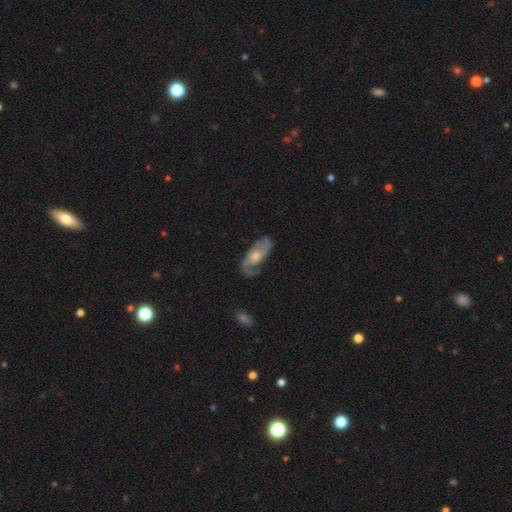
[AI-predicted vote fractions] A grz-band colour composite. It shows a featured or disk galaxy (76%) with no bar (66%), 2 (80%) medium (45%) spiral arms (91%) and a moderate central bulge (59%). Merging: none (68%).